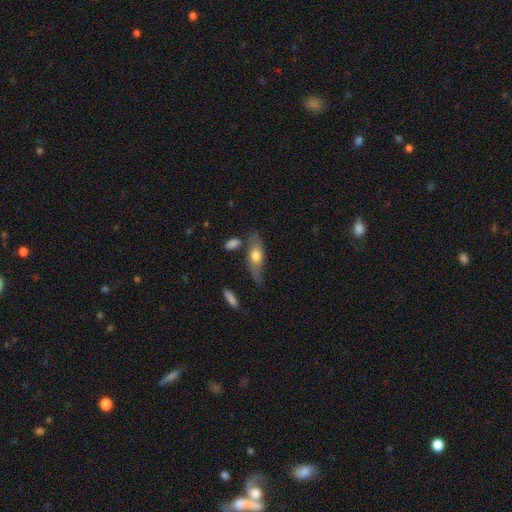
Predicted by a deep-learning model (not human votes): Smooth or featured? Predicted: smooth (p=0.53). How rounded? Predicted: in between (p=0.63). Merging? Predicted: none (p=0.62).